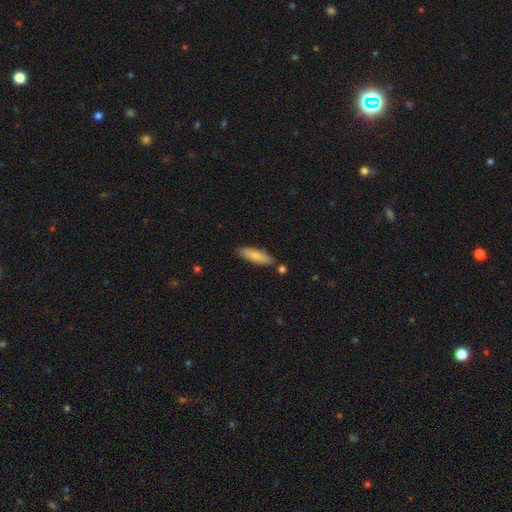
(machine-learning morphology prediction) smooth 81%, featured or disk 13%, star or artifact 6%. Down the decision tree: how rounded — cigar-shaped (51%); merging — none (80%).